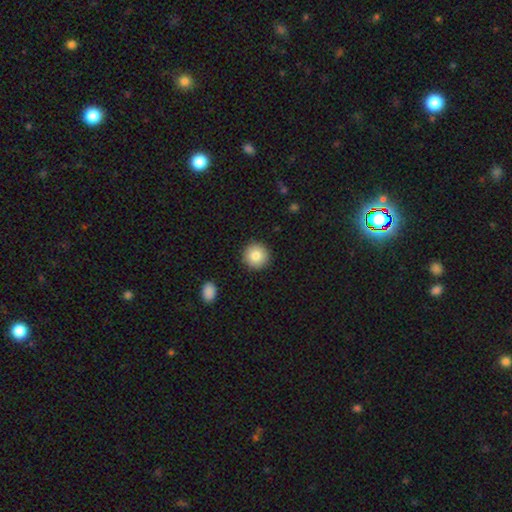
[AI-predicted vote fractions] Overall: smooth (82%). How rounded: round (95%). Merging: none (92%).